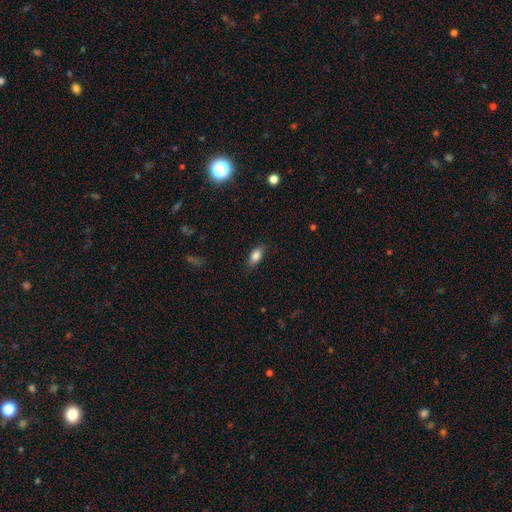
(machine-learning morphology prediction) A smooth galaxy with no disk features (84%) that is in between round and cigar-shaped (87%).

Vote fractions:
- Smooth or featured? smooth: 84% / featured or disk: 8% / star or artifact: 8%
- How rounded? in between: 87% / cigar-shaped: 8% / round: 5%
- Merging? none: 81% / minor disturbance: 15% / major disturbance: 4% / merger: 1%